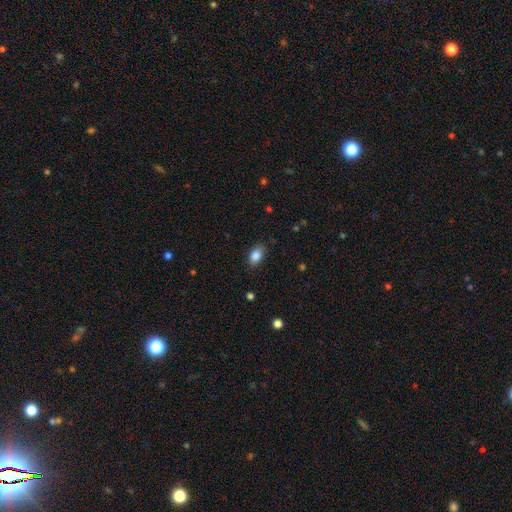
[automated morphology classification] Smooth or featured? smooth (87%)
How rounded? in between (85%)
Merging? none (84%)